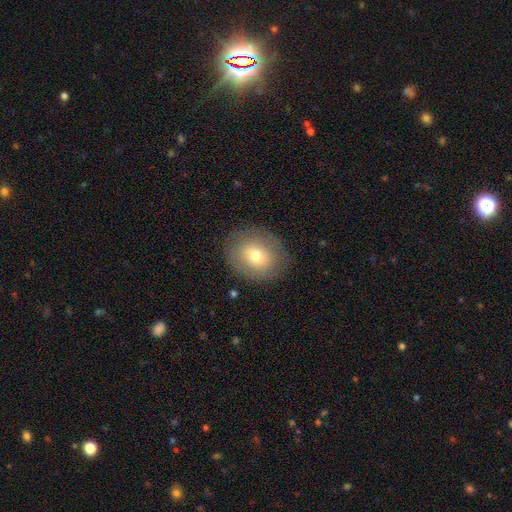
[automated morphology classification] The model was most divided on "how rounded": round: 63%, in between: 36%, cigar-shaped: 1%. More confident: merging — none (85%); smooth or featured — smooth (71%).